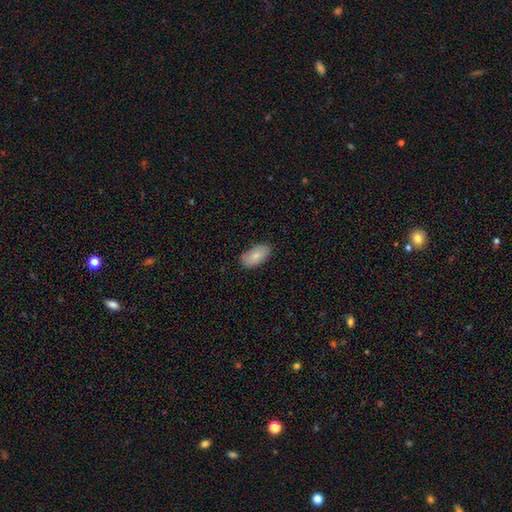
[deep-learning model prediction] smooth_or_featured: smooth (p=0.81) [alt: featured or disk p=0.13]
how_rounded: in between (p=0.94) [alt: cigar-shaped p=0.03]
merging: none (p=0.83) [alt: minor disturbance p=0.14]